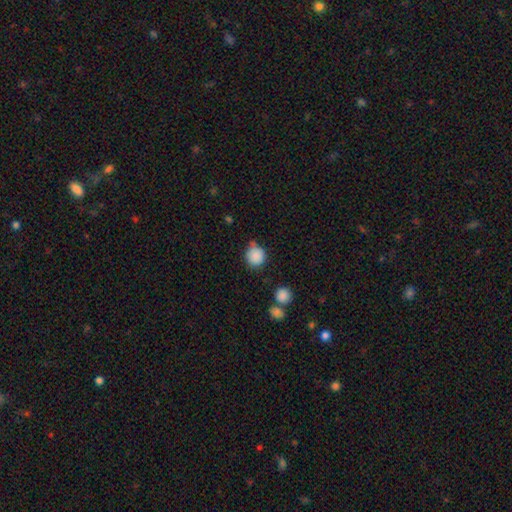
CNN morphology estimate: smooth_or_featured: smooth (p=0.87) [alt: star or artifact p=0.09]
how_rounded: round (p=0.89) [alt: in between p=0.10]
merging: none (p=0.68) [alt: minor disturbance p=0.20]